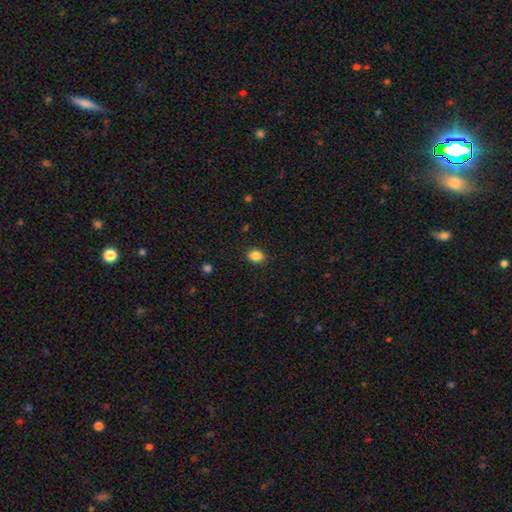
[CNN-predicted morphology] The model was most divided on "how rounded": in between: 54%, round: 45%, cigar-shaped: 1%. More confident: merging — none (89%); smooth or featured — smooth (86%).